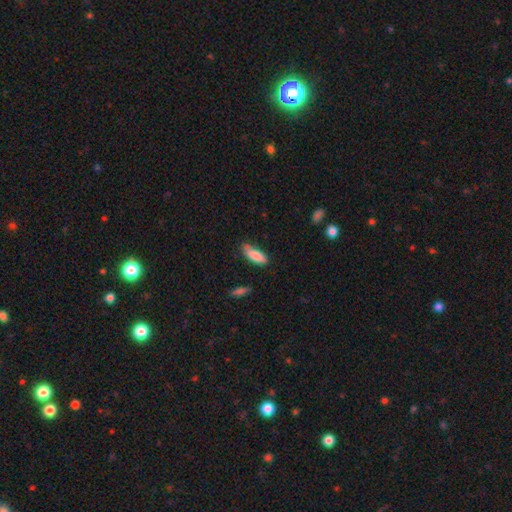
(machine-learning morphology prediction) Smooth or featured? smooth (84%)
How rounded? in between (71%)
Merging? none (60%)